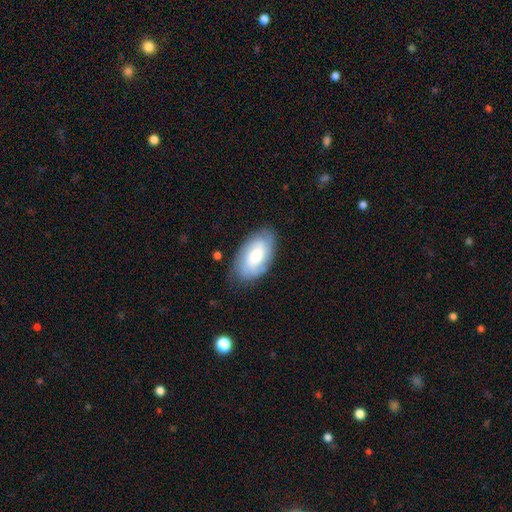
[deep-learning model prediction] featured or disk 49%, smooth 43%, star or artifact 8%. Down the decision tree: merging — none (79%).